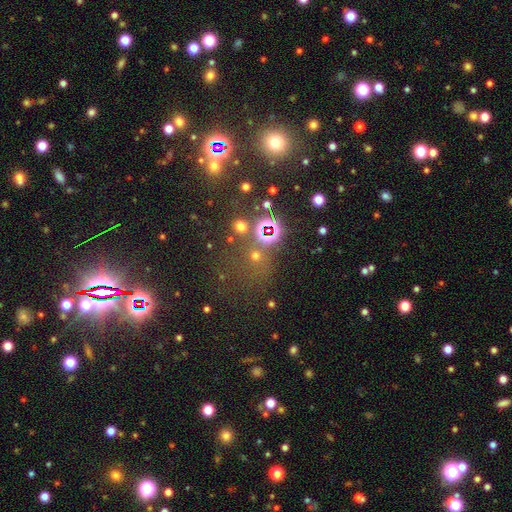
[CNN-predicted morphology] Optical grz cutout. It shows a star or artifact, not a galaxy (49%).